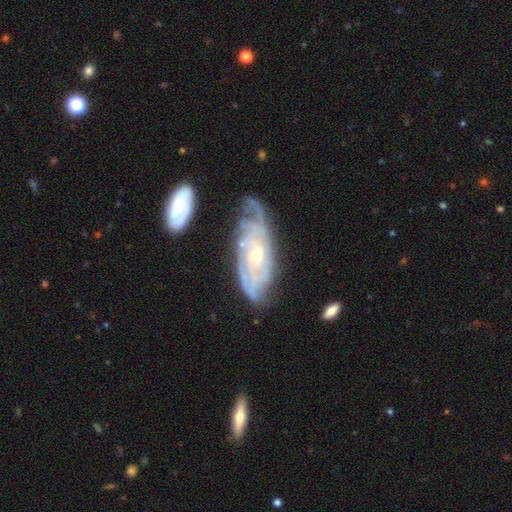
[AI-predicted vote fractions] Smooth or featured? featured or disk (84%)
Edge-on disk? no (91%)
Bar? no (70%)
Spiral arms? yes (92%)
Spiral winding? tight (71%)
Spiral arm count? can't tell (47%)
Bulge size? moderate (49%)
Merging? none (53%)